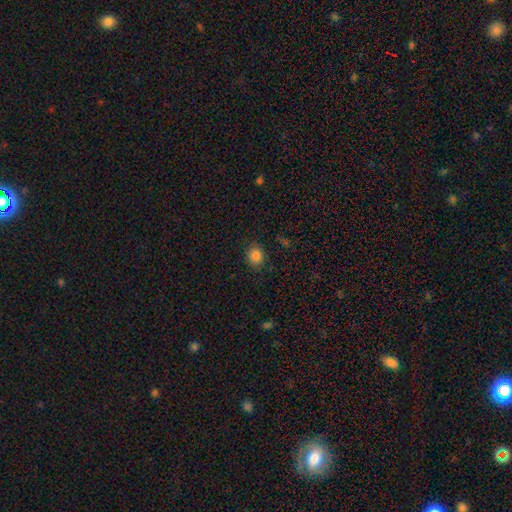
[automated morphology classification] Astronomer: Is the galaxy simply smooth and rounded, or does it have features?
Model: smooth — 84%.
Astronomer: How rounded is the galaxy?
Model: round — 71%.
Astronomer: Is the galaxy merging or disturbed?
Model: none — 87%.